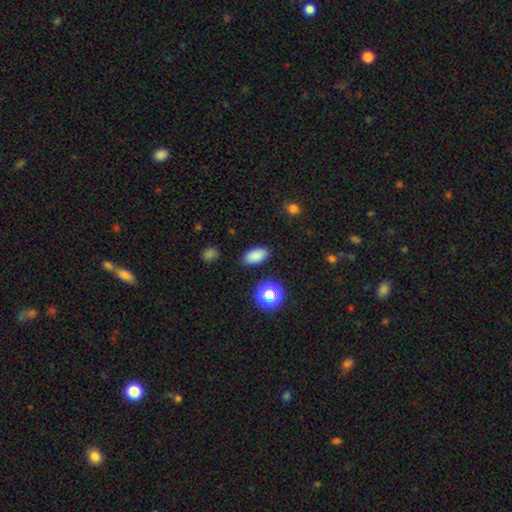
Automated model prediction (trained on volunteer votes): Smooth or featured? smooth (82%)
How rounded? in between (91%)
Merging? none (87%)